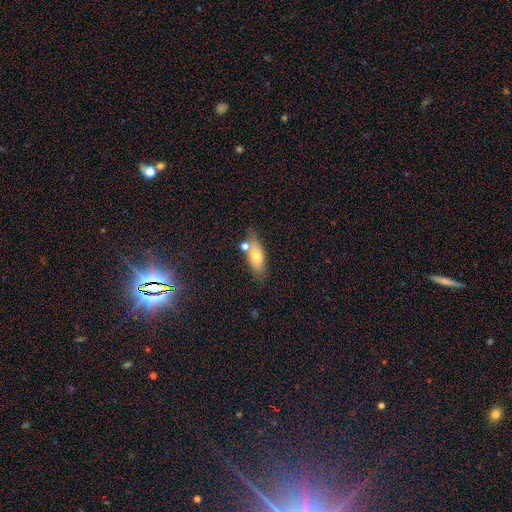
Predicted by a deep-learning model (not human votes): Smooth or featured? smooth (70%)
How rounded? in between (79%)
Merging? none (57%)